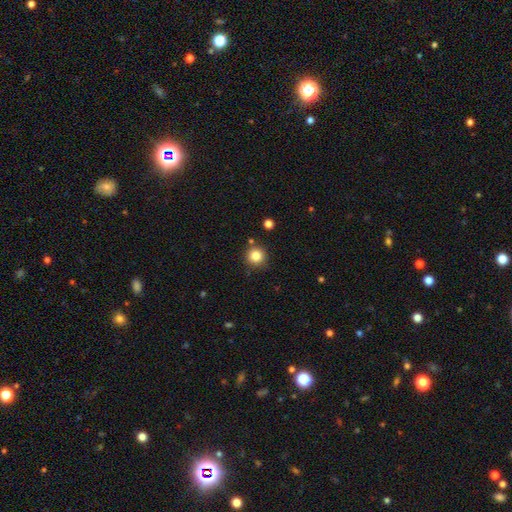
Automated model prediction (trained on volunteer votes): Smooth or featured? Predicted: smooth (p=0.84). How rounded? Predicted: round (p=0.95). Merging? Predicted: none (p=0.85).